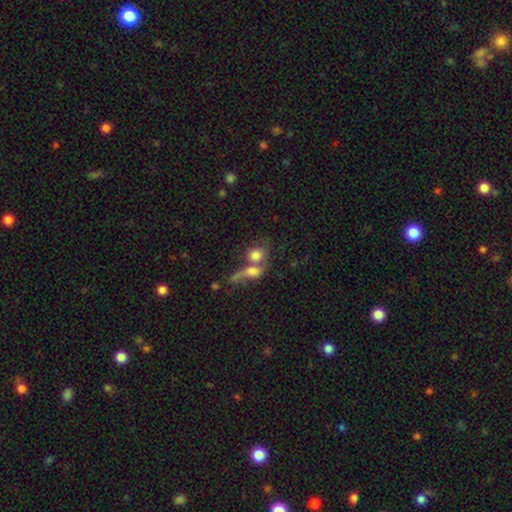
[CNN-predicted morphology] smooth-or-featured: smooth: 69% | featured or disk: 21% | star or artifact: 10%
  how-rounded: round: 57% | in between: 37% | cigar-shaped: 6%
  merging: merger: 64% | none: 19% | major disturbance: 10% | minor disturbance: 7%